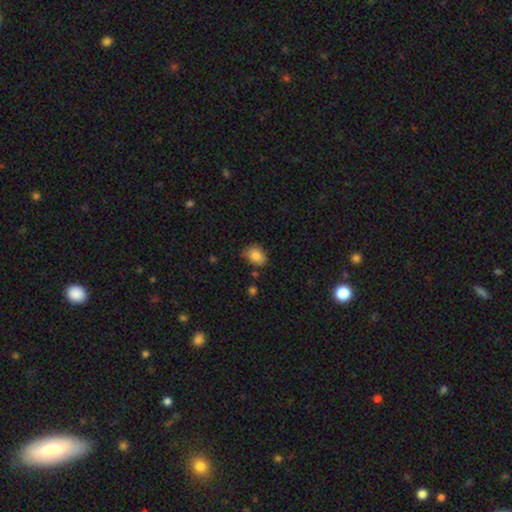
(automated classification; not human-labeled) Morphology: type=smooth (85%); roundness=in between (64%); merging=none (63%).